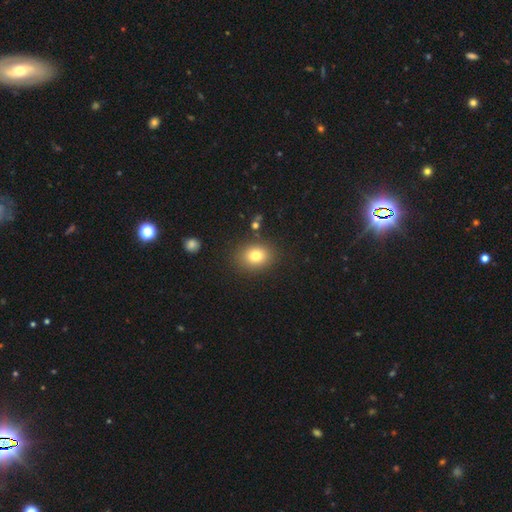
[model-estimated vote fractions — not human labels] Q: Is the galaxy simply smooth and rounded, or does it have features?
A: smooth — 80%.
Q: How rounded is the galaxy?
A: round — 53%.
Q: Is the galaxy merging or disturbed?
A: none — 85%.